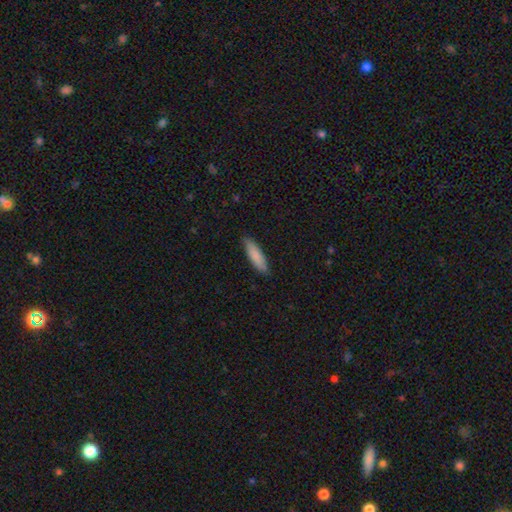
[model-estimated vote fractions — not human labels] Smooth or featured? Predicted: smooth (p=0.86). How rounded? Predicted: cigar-shaped (p=0.64). Merging? Predicted: none (p=0.86).